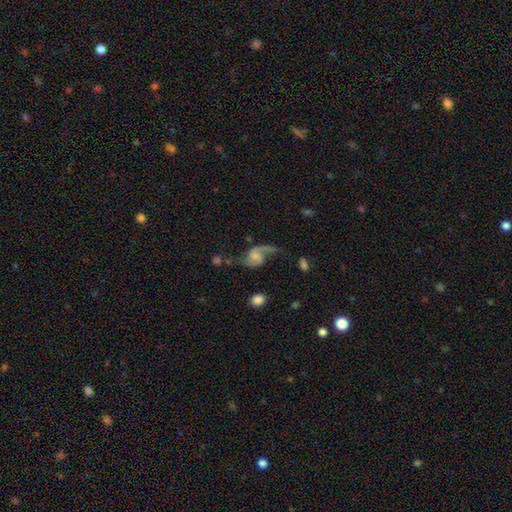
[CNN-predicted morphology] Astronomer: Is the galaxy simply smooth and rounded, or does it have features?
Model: featured or disk — 79%.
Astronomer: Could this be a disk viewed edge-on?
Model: no — 98%.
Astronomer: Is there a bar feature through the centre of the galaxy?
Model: no — 51% (runner-up: weak, 40%).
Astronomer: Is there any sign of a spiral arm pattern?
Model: yes — 94%.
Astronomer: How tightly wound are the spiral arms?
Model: loose — 76%.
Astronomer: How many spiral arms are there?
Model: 2 — 80%.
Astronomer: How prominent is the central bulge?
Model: small — 37% (runner-up: none, 33%).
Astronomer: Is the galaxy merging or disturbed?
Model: none — 46% (runner-up: major disturbance, 27%).